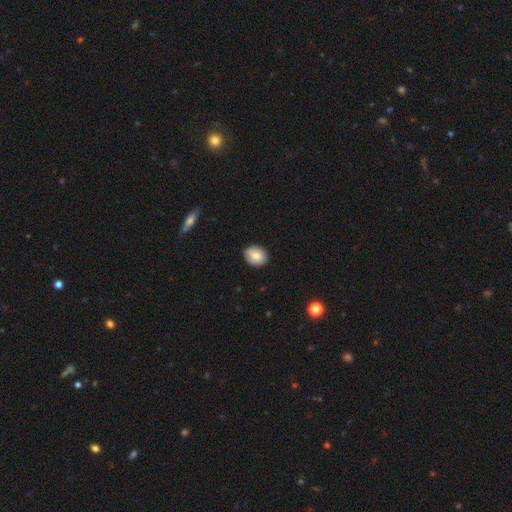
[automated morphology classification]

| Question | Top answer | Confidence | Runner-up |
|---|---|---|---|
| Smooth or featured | smooth | 82% | featured or disk (11%) |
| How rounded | round | 53% | in between (46%) |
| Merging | none | 88% | minor disturbance (9%) |